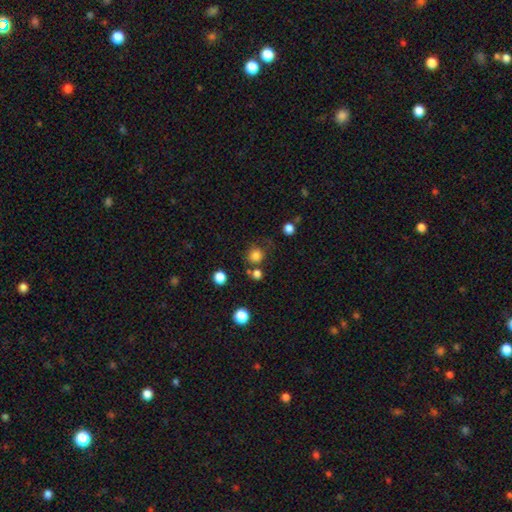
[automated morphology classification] A smooth galaxy with no disk features (79%) that is round (90%).

Vote fractions:
- Smooth or featured? smooth: 79% / star or artifact: 15% / featured or disk: 6%
- How rounded? round: 90% / in between: 9% / cigar-shaped: 1%
- Merging? none: 69% / merger: 13% / minor disturbance: 12% / major disturbance: 6%